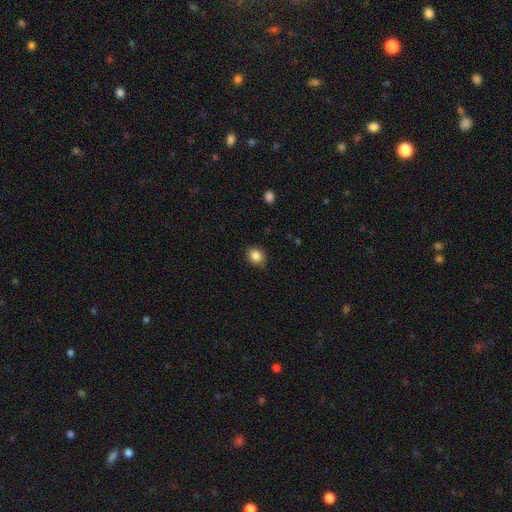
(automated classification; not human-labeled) Smooth or featured? Predicted: smooth (p=0.86). How rounded? Predicted: round (p=0.52). Merging? Predicted: none (p=0.85).